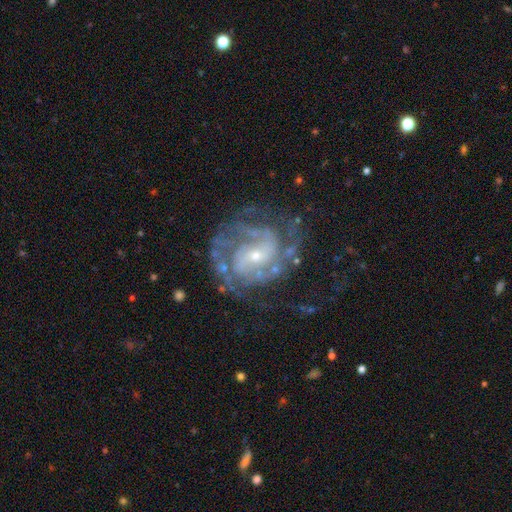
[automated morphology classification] Smooth or featured? Predicted: featured or disk (p=0.87). Edge-on disk? Predicted: no (p=0.98). Bar? Predicted: no (p=0.49). Spiral arms? Predicted: yes (p=0.94). Spiral winding? Predicted: tight (p=0.50). Spiral arm count? Predicted: 2 (p=0.37). Bulge size? Predicted: small (p=0.70). Merging? Predicted: none (p=0.61).